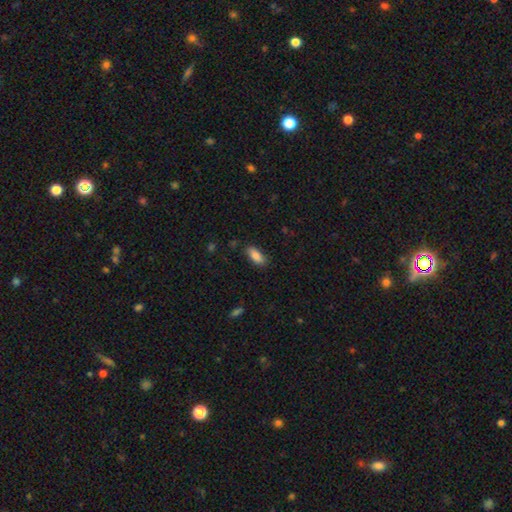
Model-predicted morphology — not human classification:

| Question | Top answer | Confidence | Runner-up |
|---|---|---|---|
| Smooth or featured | smooth | 85% | featured or disk (8%) |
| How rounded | in between | 80% | cigar-shaped (18%) |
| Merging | none | 83% | minor disturbance (13%) |